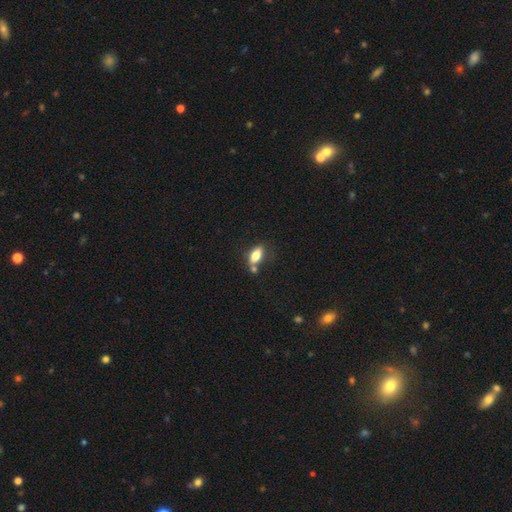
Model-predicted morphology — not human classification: smooth_or_featured: smooth (p=0.76) [alt: featured or disk p=0.16]
how_rounded: in between (p=0.82) [alt: cigar-shaped p=0.13]
merging: none (p=0.58) [alt: merger p=0.19]